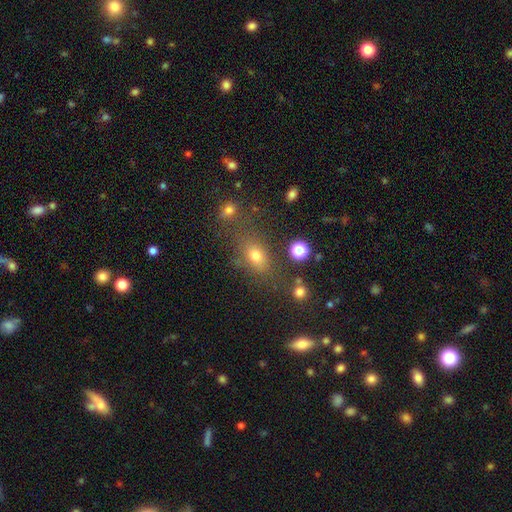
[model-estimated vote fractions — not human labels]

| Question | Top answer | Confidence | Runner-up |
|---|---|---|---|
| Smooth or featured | smooth | 71% | star or artifact (17%) |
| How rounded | in between | 71% | round (23%) |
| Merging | none | 67% | minor disturbance (15%) |